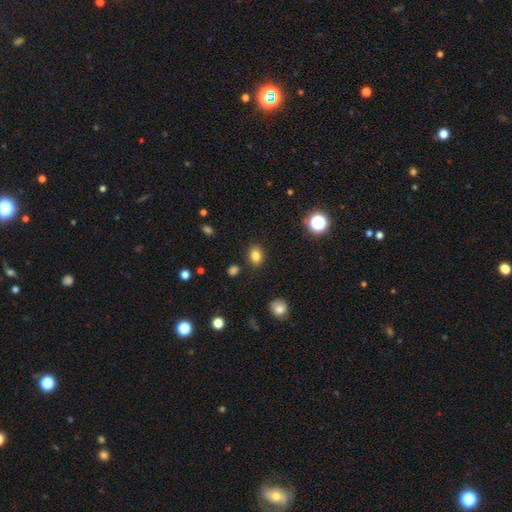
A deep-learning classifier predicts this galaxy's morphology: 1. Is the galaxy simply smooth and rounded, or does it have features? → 82% smooth, 12% star or artifact, 6% featured or disk.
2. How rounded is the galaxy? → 63% in between, 35% round, 1% cigar-shaped.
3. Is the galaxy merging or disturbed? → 86% none, 10% minor disturbance, 3% major disturbance, 2% merger.